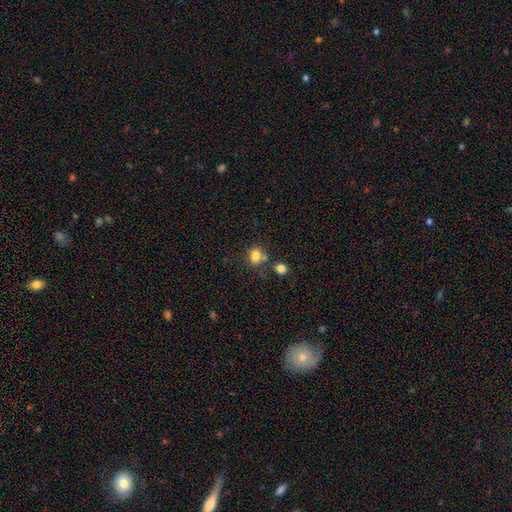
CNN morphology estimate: Overall: smooth (80%). How rounded: round (51%; in between 47%). Merging: none (59%; merger 22%).